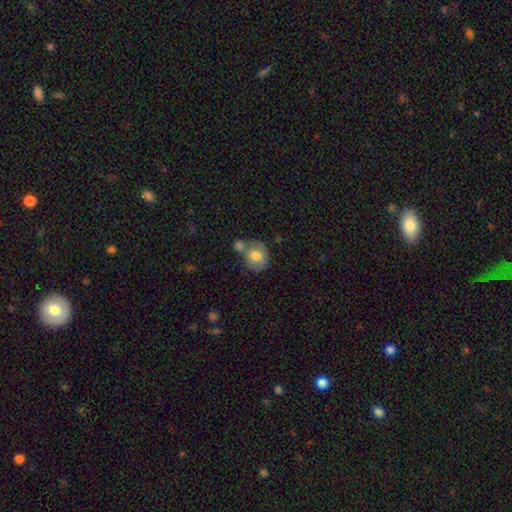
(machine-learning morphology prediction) This is likely a smooth galaxy (75%). How rounded: likely round (71%). Merging: possibly none (45%).